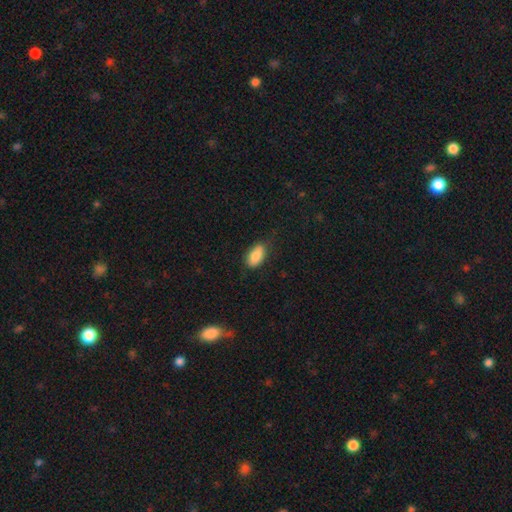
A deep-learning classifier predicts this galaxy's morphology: smooth-or-featured: smooth: 86% | star or artifact: 7% | featured or disk: 7%
  how-rounded: in between: 92% | cigar-shaped: 4% | round: 4%
  merging: none: 70% | minor disturbance: 24% | major disturbance: 5% | merger: 2%